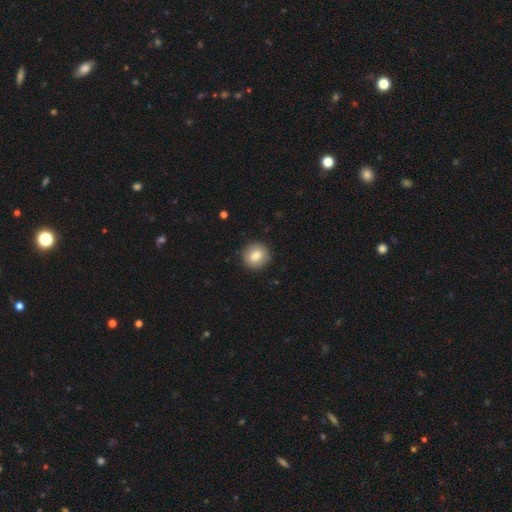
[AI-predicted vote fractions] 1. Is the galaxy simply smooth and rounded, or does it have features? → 81% smooth, 10% featured or disk, 8% star or artifact.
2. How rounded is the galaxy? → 91% round, 8% in between, 1% cigar-shaped.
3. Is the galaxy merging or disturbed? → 90% none, 7% minor disturbance, 2% major disturbance, 1% merger.